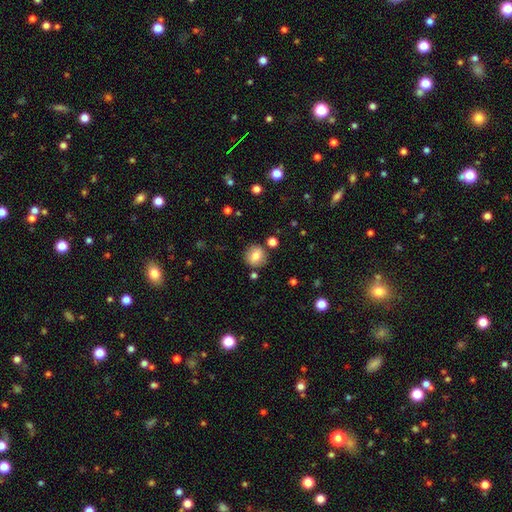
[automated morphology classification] Q: Smooth or featured?
A: smooth (79%); runner-up: featured or disk (11%)
Q: How rounded?
A: round (89%); runner-up: in between (10%)
Q: Merging?
A: none (85%); runner-up: minor disturbance (9%)